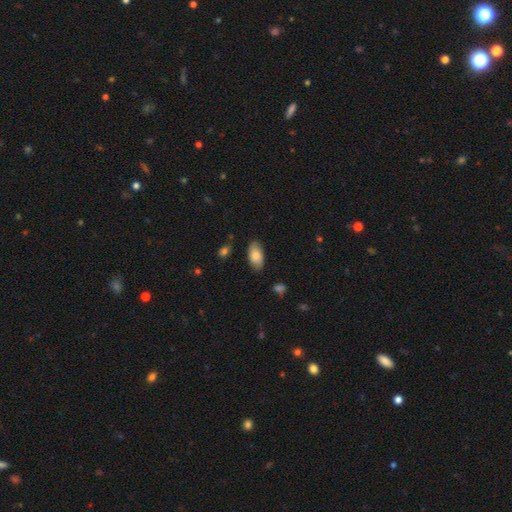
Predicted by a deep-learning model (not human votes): Overall: smooth (82%). How rounded: in between (94%). Merging: none (83%).